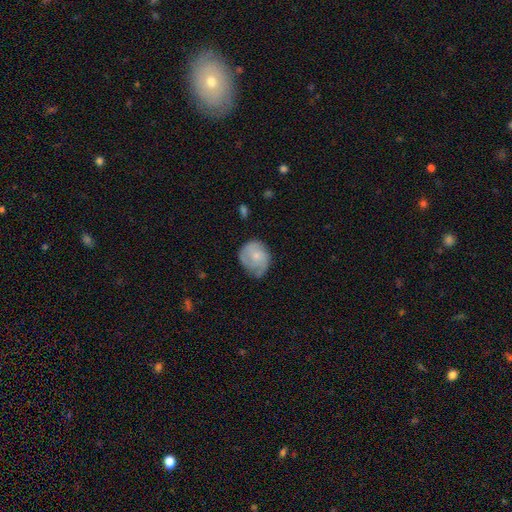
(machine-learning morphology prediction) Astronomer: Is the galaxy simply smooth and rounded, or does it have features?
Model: smooth — 51% (runner-up: featured or disk, 42%).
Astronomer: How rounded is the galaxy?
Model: round — 66%.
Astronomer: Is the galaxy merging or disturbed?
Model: none — 51% (runner-up: minor disturbance, 35%).